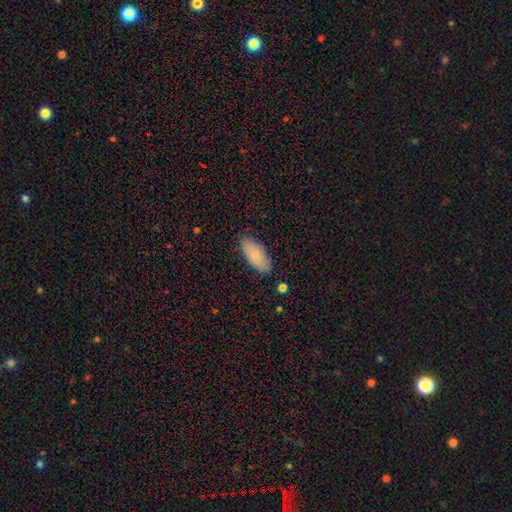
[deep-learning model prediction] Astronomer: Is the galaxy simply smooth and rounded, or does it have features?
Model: smooth — 82%.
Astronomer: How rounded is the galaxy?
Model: in between — 89%.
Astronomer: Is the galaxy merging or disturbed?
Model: none — 84%.